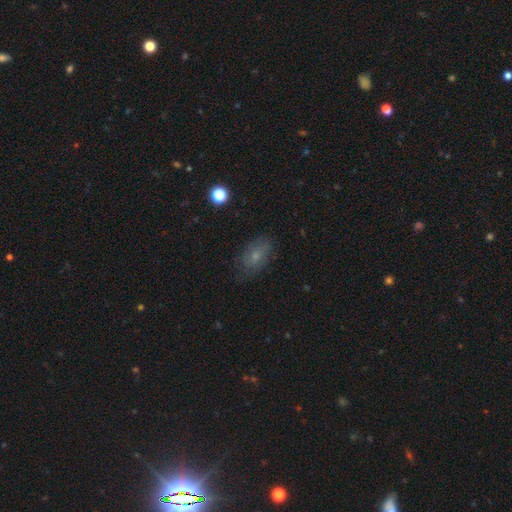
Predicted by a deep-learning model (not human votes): Overall: smooth (59%; featured or disk 28%). How rounded: in between (85%). Merging: none (73%).